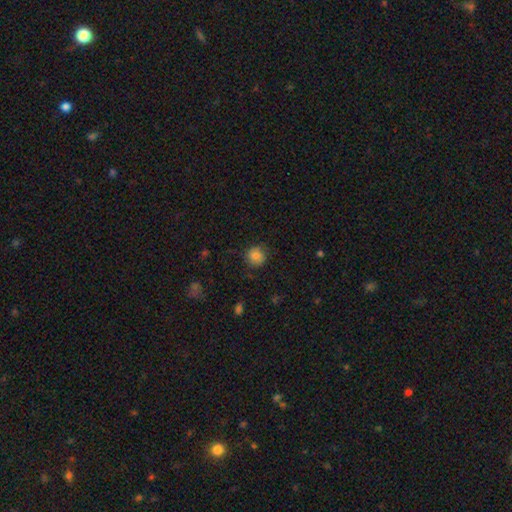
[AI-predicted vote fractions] Q: Smooth or featured?
A: smooth (83%); runner-up: star or artifact (10%)
Q: How rounded?
A: round (89%); runner-up: in between (10%)
Q: Merging?
A: none (82%); runner-up: minor disturbance (13%)